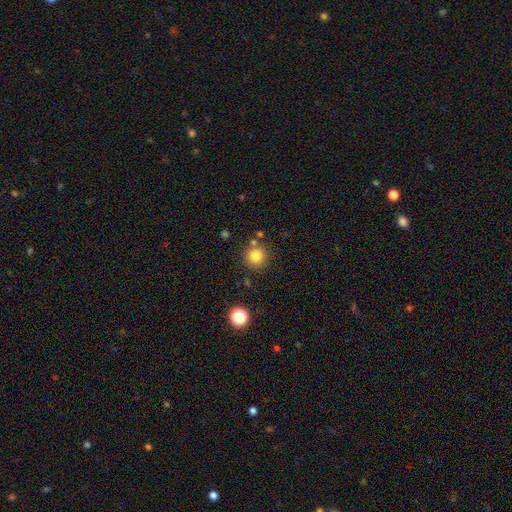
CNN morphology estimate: smooth-or-featured: smooth: 80% | star or artifact: 13% | featured or disk: 7%
  how-rounded: round: 94% | in between: 5% | cigar-shaped: 1%
  merging: none: 81% | minor disturbance: 9% | merger: 8% | major disturbance: 3%